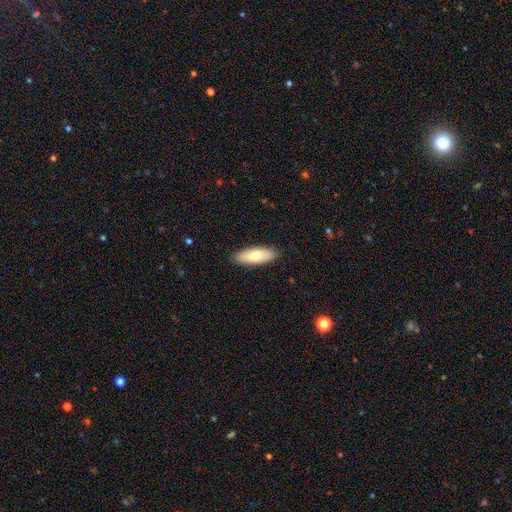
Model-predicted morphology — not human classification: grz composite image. It shows a smooth galaxy with no disk features (73%) that is in between round and cigar-shaped (67%). Merging: none (89%).